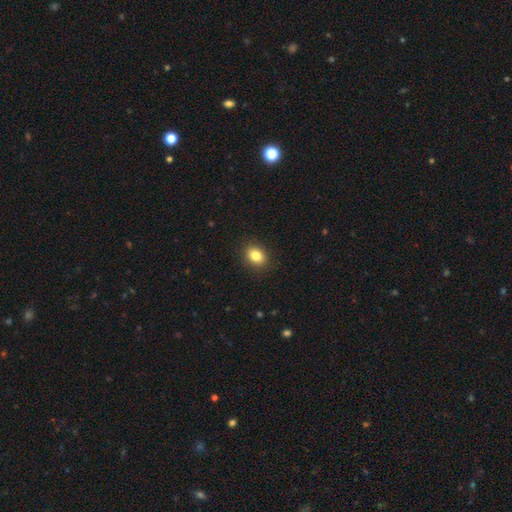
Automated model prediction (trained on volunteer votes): Smooth or featured?
  - smooth: 84% *
  - star or artifact: 9%
  - featured or disk: 7%
How rounded?
  - in between: 65% *
  - round: 34%
  - cigar-shaped: 1%
Merging?
  - none: 90% *
  - minor disturbance: 7%
  - major disturbance: 2%
  - merger: 1%